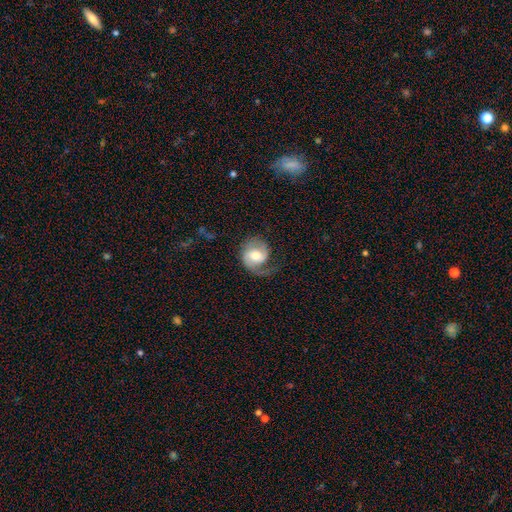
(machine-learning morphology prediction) smooth-or-featured: featured or disk: 66% | smooth: 27% | star or artifact: 6%
  disk-edge-on: no: 97% | yes: 3%
    bar: no: 47% | weak: 41% | strong: 12%
    has-spiral-arms: yes: 90% | no: 10%
      spiral-winding: medium: 42% | loose: 34% | tight: 24%
      spiral-arm-count: 2: 53% | 1: 39% | can't tell: 5% | 3: 1% | 4: 1% | more than 4: 1%
    bulge-size: moderate: 66% | small: 18% | large: 13% | dominant: 2% | none: 2%
  merging: none: 47% | major disturbance: 27% | minor disturbance: 24% | merger: 2%